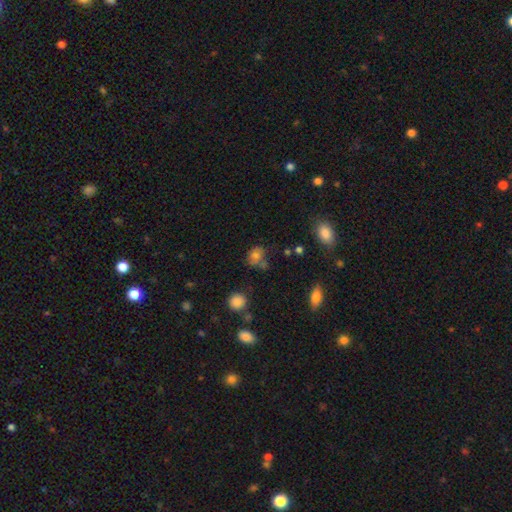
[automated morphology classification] This appears to be a smooth galaxy with no disk features (74%) that is round (52%). Merging: none (50%).